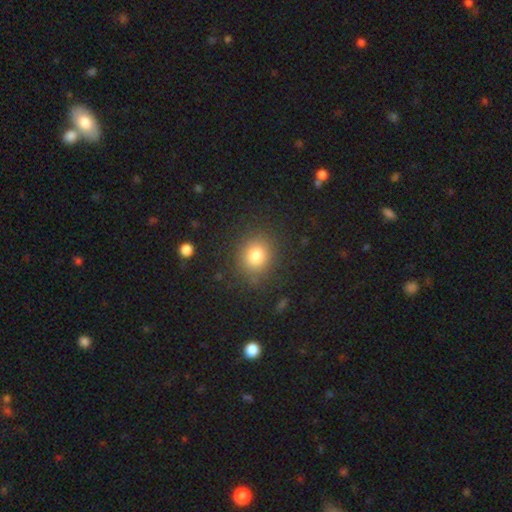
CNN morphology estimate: Smooth or featured: smooth — 79% (star or artifact — 13%)
How rounded: round — 79% (in between — 20%)
Merging: none — 86% (minor disturbance — 9%)